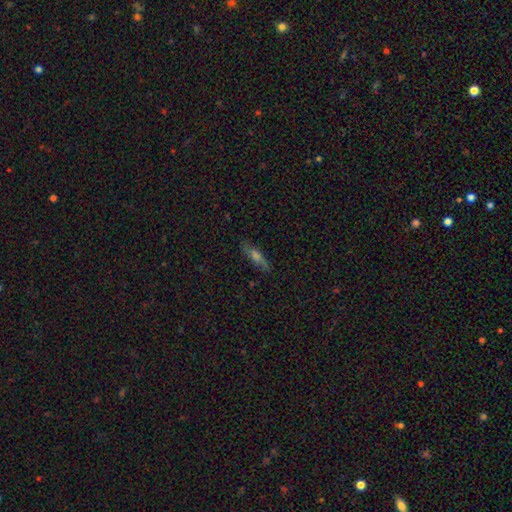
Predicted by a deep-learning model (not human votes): Smooth or featured? Predicted: smooth (p=0.46). Merging? Predicted: none (p=0.83).